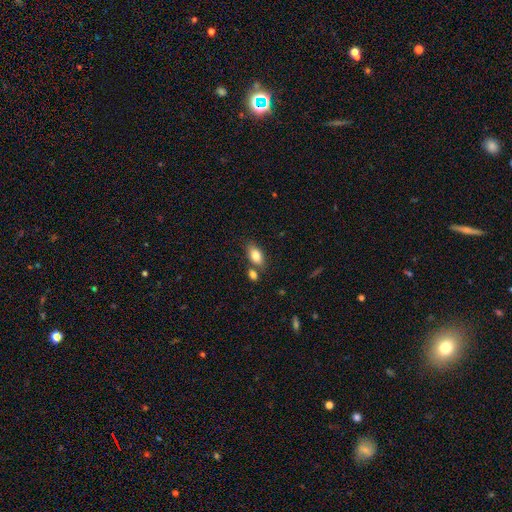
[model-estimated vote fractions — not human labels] A smooth galaxy with no disk features (83%) that is in between round and cigar-shaped (90%). Merging: none (65%).